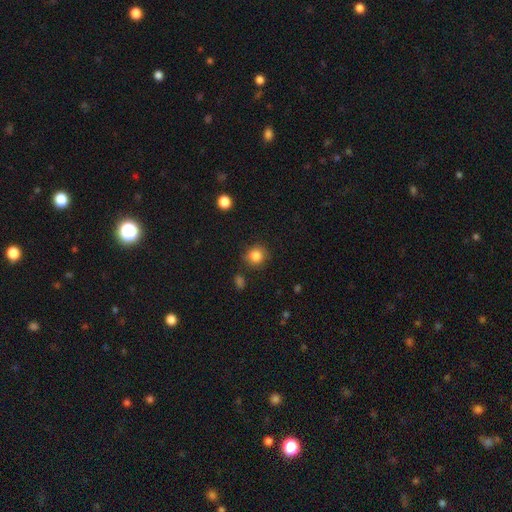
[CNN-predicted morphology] smooth 85%, star or artifact 10%, featured or disk 5%. Down the decision tree: how rounded — round (86%); merging — none (82%).